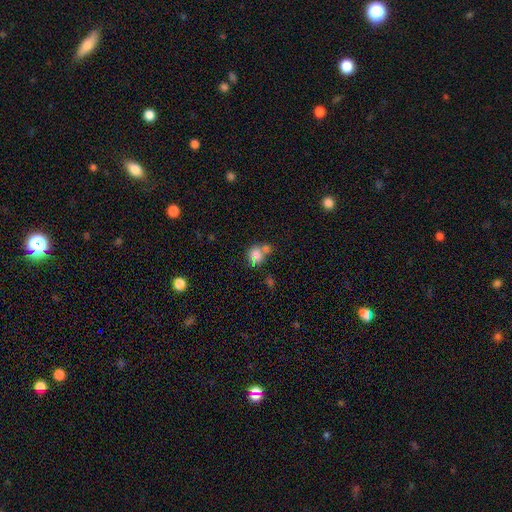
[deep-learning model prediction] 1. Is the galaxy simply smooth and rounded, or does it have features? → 71% smooth, 16% star or artifact, 13% featured or disk.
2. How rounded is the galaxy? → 53% round, 45% in between, 2% cigar-shaped.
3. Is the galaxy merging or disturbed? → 41% merger, 40% none, 13% minor disturbance, 7% major disturbance.